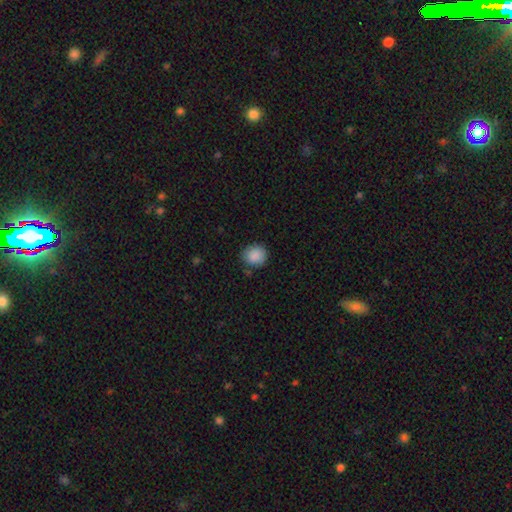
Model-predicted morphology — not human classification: Smooth or featured? Predicted: smooth (p=0.89). How rounded? Predicted: round (p=0.81). Merging? Predicted: none (p=0.80).